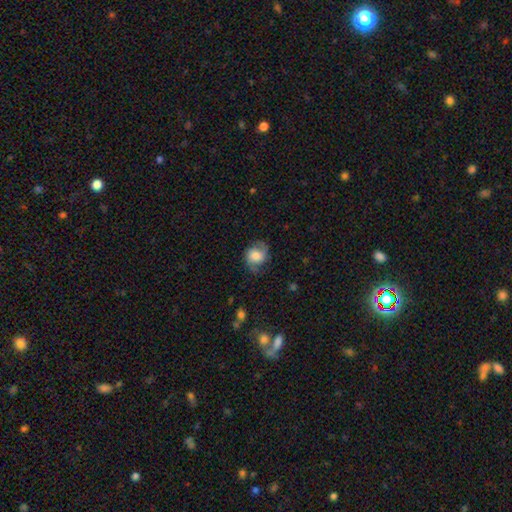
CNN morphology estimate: smooth_or_featured: smooth (p=0.49) [alt: featured or disk p=0.42]
merging: none (p=0.66) [alt: minor disturbance p=0.22]